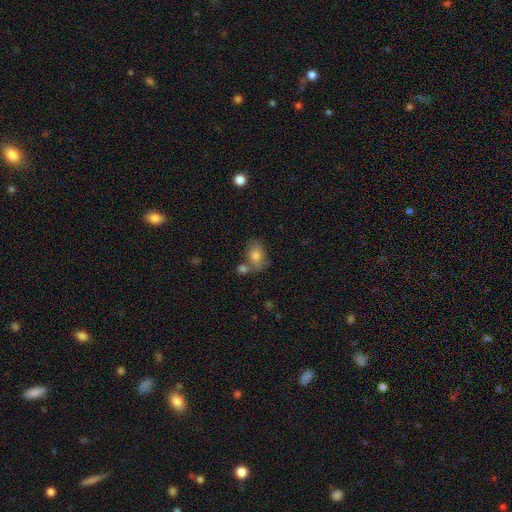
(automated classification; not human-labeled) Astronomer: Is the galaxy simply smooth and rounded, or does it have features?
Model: smooth — 79%.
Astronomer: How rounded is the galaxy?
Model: in between — 74%.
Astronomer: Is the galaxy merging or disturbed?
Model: none — 55%.